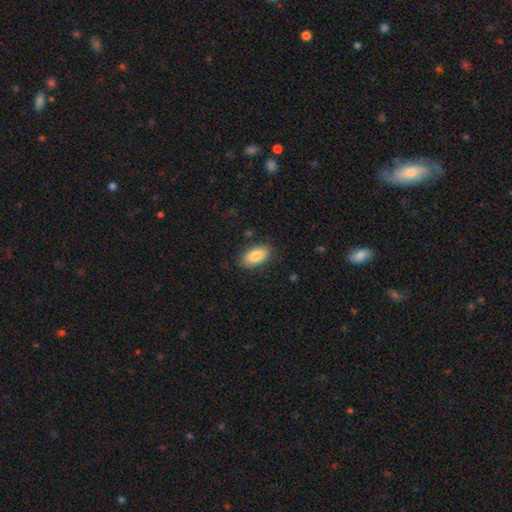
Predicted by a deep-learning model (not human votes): Overall: smooth (86%). How rounded: in between (93%). Merging: none (84%).